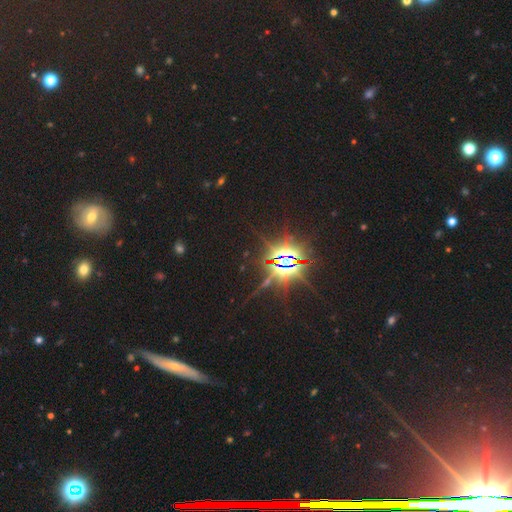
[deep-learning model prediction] Smooth or featured?
  - star or artifact: 82% *
  - smooth: 9%
  - featured or disk: 9%